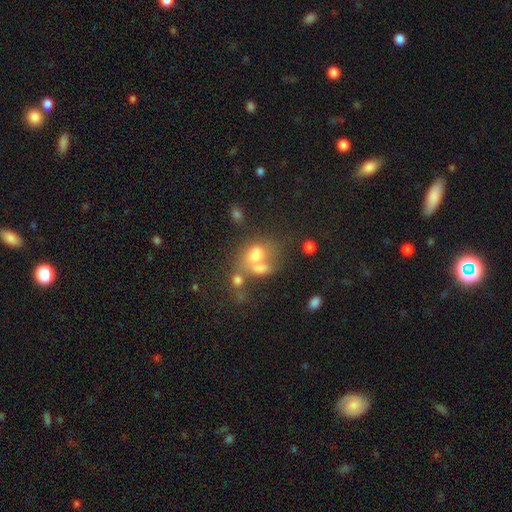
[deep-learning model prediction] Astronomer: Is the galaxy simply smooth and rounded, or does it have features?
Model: smooth — 57%.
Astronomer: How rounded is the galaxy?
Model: in between — 60% (runner-up: round, 39%).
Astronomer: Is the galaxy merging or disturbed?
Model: merger — 52%.